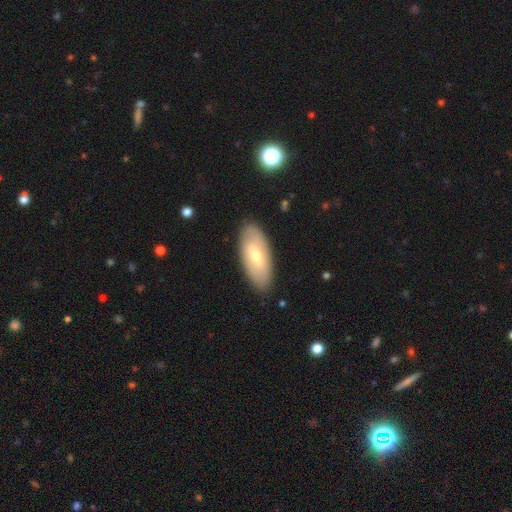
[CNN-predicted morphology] smooth_or_featured: smooth (p=0.57) [alt: featured or disk p=0.38]
how_rounded: in between (p=0.83) [alt: cigar-shaped p=0.15]
merging: none (p=0.86) [alt: minor disturbance p=0.10]